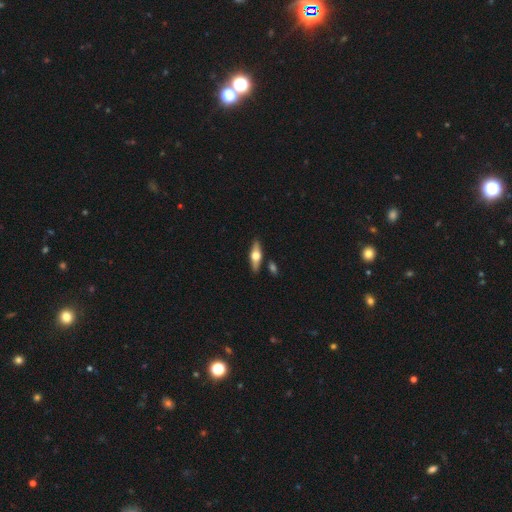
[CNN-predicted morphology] Q: Smooth or featured?
A: featured or disk (59%); runner-up: smooth (35%)
Q: Edge-on disk?
A: yes (92%); runner-up: no (8%)
Q: Edge-on bulge?
A: rounded (95%); runner-up: boxy (4%)
Q: Merging?
A: none (84%); runner-up: minor disturbance (9%)